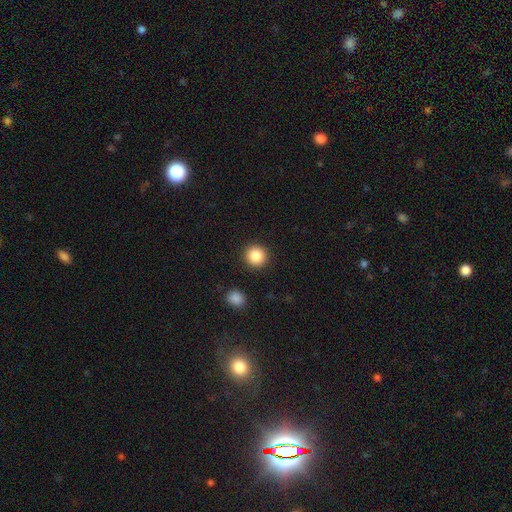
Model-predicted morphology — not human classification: smooth_or_featured: smooth (p=0.86) [alt: star or artifact p=0.09]
how_rounded: round (p=0.94) [alt: in between p=0.05]
merging: none (p=0.91) [alt: minor disturbance p=0.05]